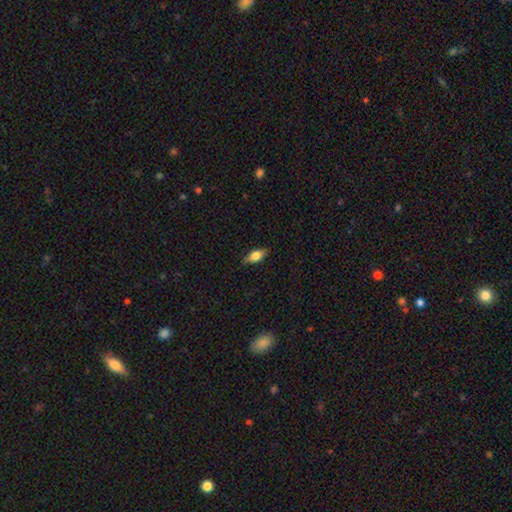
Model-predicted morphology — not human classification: A smooth galaxy with no disk features (59%) that is in between round and cigar-shaped (73%).

Vote fractions:
- Smooth or featured? smooth: 59% / featured or disk: 34% / star or artifact: 8%
- How rounded? in between: 73% / cigar-shaped: 21% / round: 6%
- Merging? none: 85% / minor disturbance: 11% / major disturbance: 2% / merger: 1%